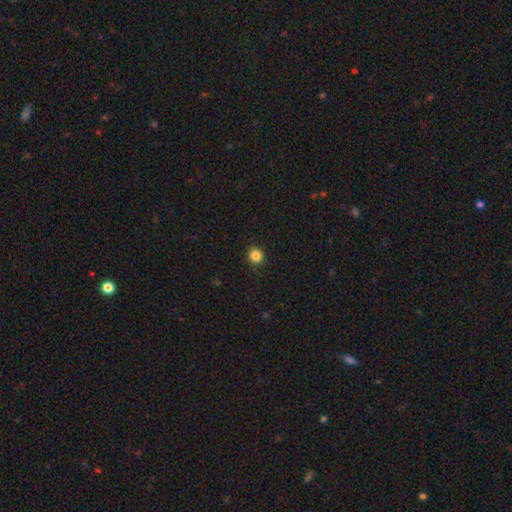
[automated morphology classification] smooth 85%, star or artifact 11%, featured or disk 3%. Down the decision tree: how rounded — round (91%); merging — none (92%).